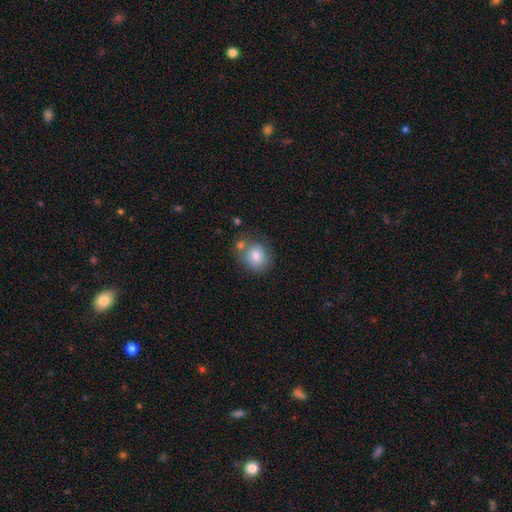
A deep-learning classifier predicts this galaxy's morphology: This appears to be a smooth galaxy with no disk features (80%) that is round (67%). Merging: none (57%).